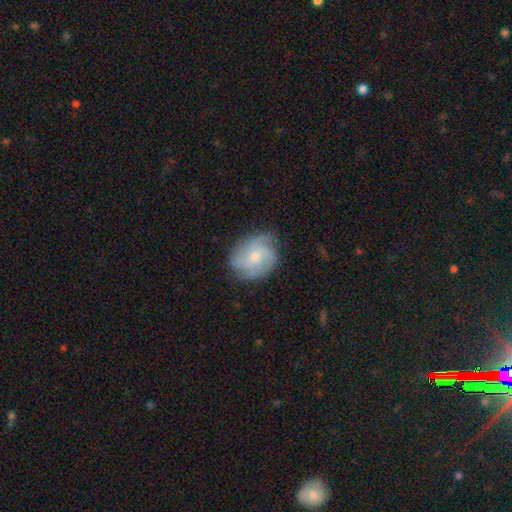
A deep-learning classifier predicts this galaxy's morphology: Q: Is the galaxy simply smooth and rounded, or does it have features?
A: featured or disk — 72%.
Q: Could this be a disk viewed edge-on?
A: no — 98%.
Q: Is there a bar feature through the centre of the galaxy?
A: no — 70%.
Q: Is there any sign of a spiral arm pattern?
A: yes — 94%.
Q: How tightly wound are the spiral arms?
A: medium — 43%.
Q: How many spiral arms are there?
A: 3 — 37%.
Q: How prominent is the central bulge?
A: small — 50%.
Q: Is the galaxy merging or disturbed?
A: none — 76%.